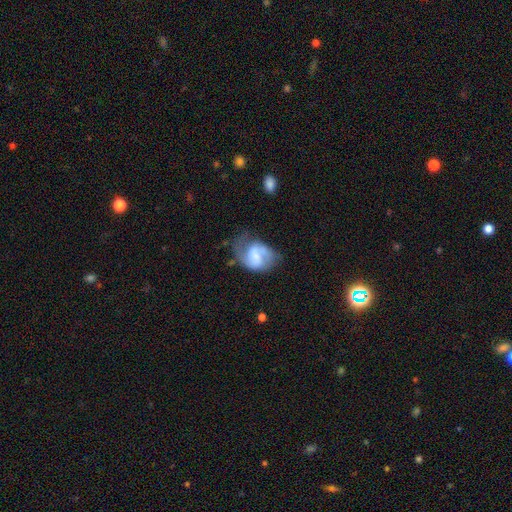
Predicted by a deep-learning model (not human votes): smooth_or_featured: featured or disk (p=0.60) [alt: smooth p=0.32]
disk_edge_on: no (p=0.98) [alt: yes p=0.02]
bar: weak (p=0.44) [alt: no p=0.39]
has_spiral_arms: yes (p=0.84) [alt: no p=0.16]
bulge_size: none (p=0.36) [alt: small p=0.28]
merging: none (p=0.41) [alt: minor disturbance p=0.30]